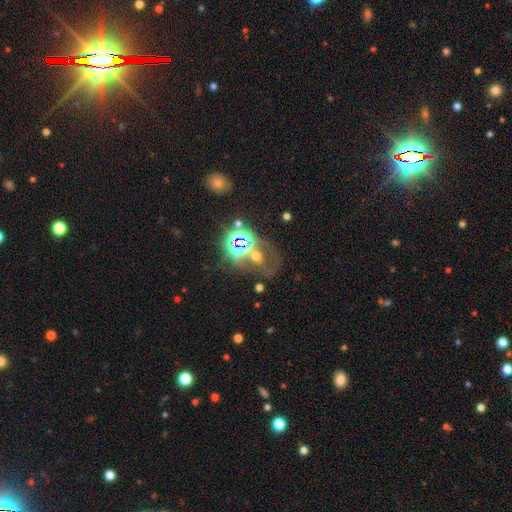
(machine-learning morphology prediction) This is possibly a star or artifact rather than a galaxy (49%).